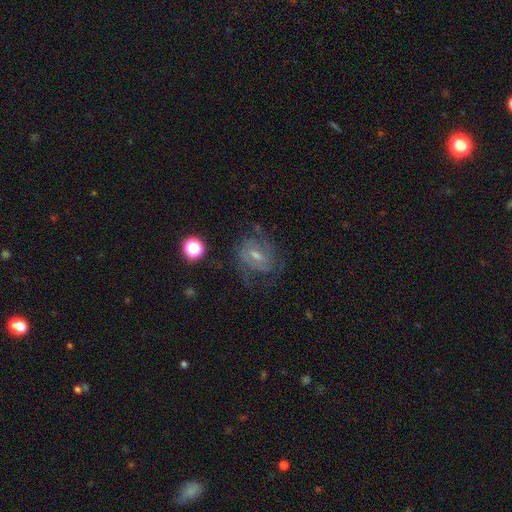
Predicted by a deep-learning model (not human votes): This is likely a featured or disk galaxy (68%). It is clearly not viewed edge-on (96%). Bar: possibly weak (54%). Spiral arm pattern: clearly yes (80%). Spiral arm count: marginally can't tell (40%). Spiral winding: marginally tight (42%, tied with medium). Central bulge: possibly small (45%). Merging: possibly none (56%).